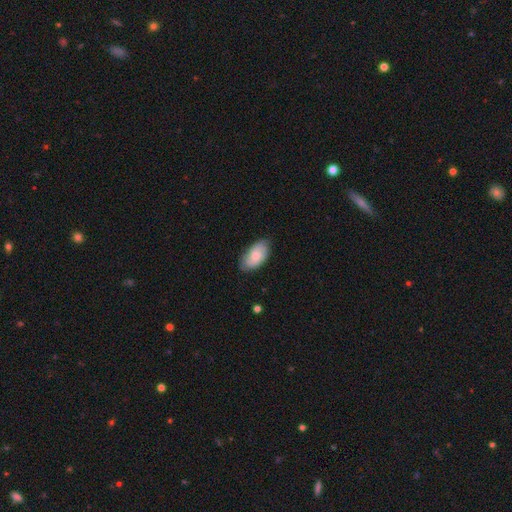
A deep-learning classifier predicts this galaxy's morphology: This appears to be a smooth galaxy with no disk features (63%) that is in between round and cigar-shaped (94%). Merging: none (74%).